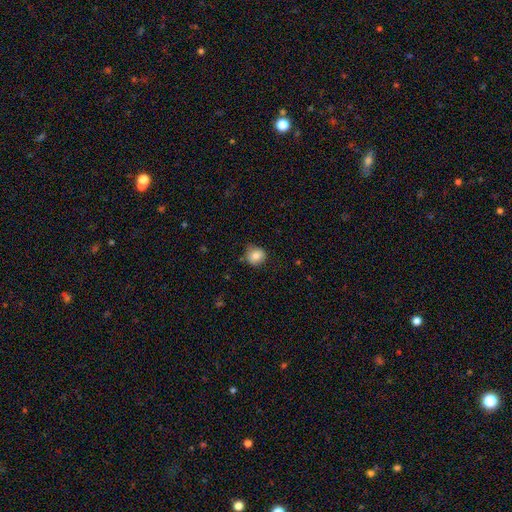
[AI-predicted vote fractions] This is clearly a smooth galaxy (82%). How rounded: clearly round (86%). Merging: likely none (75%).